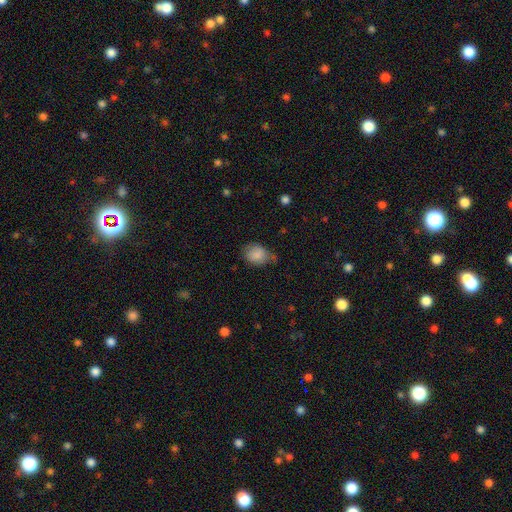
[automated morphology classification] The model was most divided on "how rounded": in between: 53%, round: 46%, cigar-shaped: 1%. More confident: smooth or featured — smooth (86%); merging — none (56%).